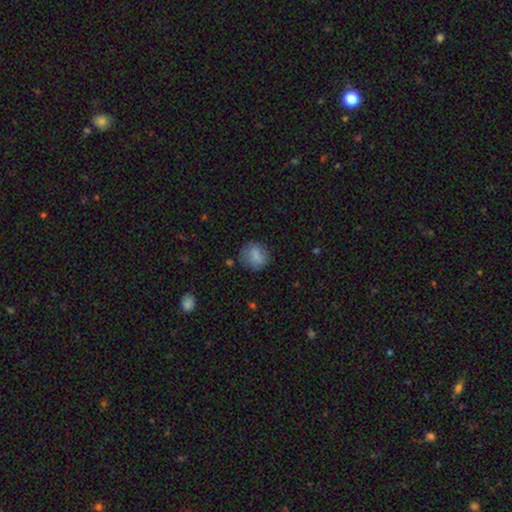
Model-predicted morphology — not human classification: Smooth or featured? smooth (79%)
How rounded? round (76%)
Merging? none (74%)